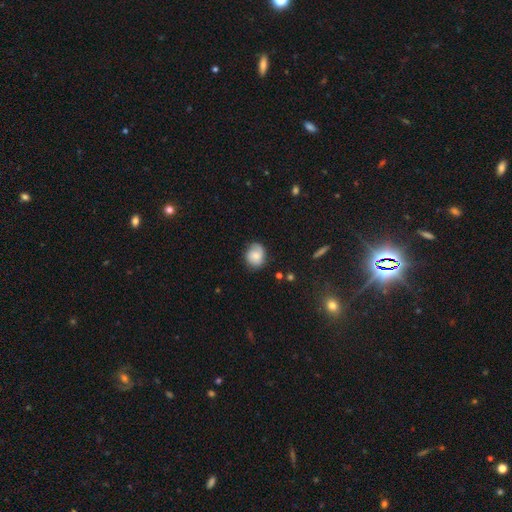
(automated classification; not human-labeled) This is likely a smooth galaxy (67%). How rounded: likely round (66%). Merging: likely none (69%).